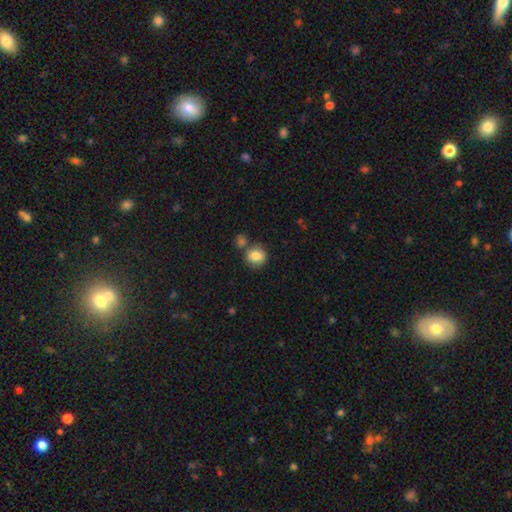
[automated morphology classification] Q: Smooth or featured?
A: smooth (84%); runner-up: star or artifact (9%)
Q: How rounded?
A: round (76%); runner-up: in between (23%)
Q: Merging?
A: none (67%); runner-up: merger (19%)